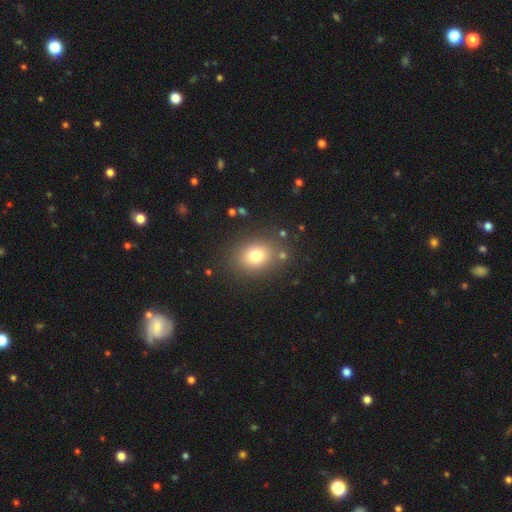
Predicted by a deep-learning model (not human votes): Smooth or featured: smooth — 76% (star or artifact — 13%)
How rounded: round — 52% (in between — 47%)
Merging: none — 82% (minor disturbance — 9%)